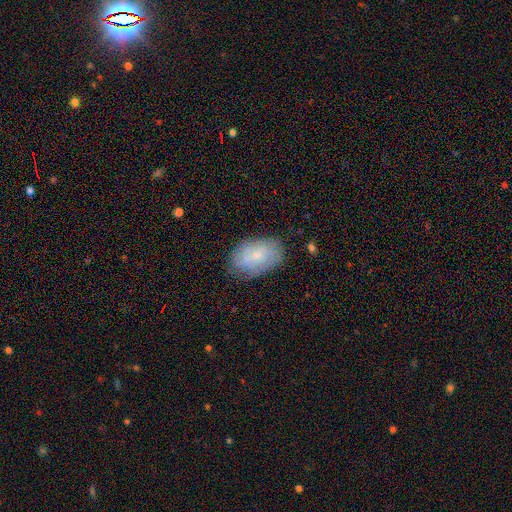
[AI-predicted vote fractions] This is possibly a smooth galaxy (52%). How rounded: clearly in between (89%). Merging: likely none (76%).